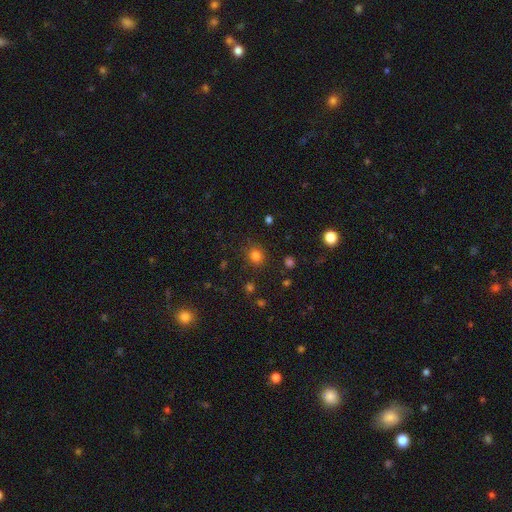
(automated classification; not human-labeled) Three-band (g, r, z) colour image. It shows a smooth galaxy with no disk features (79%) that is round (78%). Merging: none (84%).